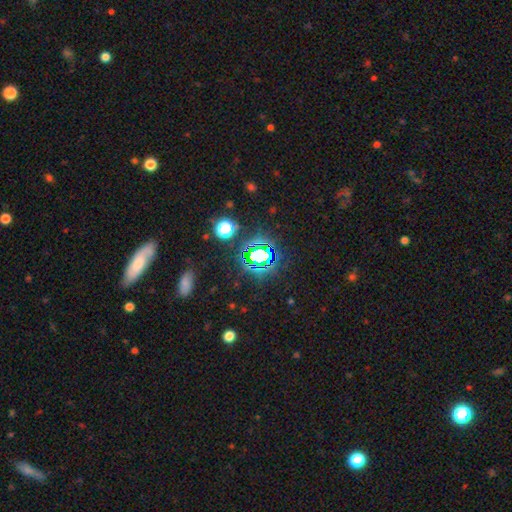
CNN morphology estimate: Overall: star or artifact (73%).